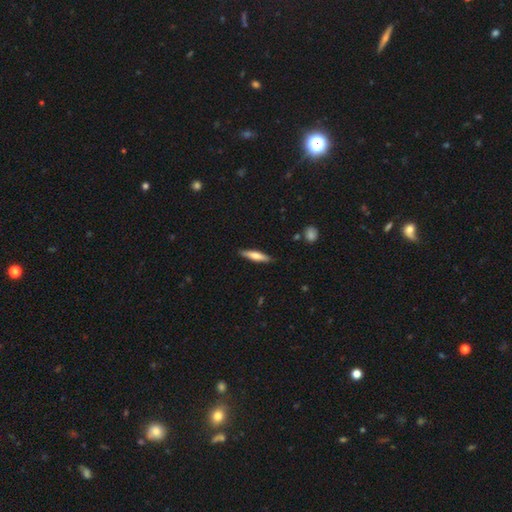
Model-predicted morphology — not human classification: A smooth galaxy with no disk features (62%) that is cigar-shaped (81%).

Vote fractions:
- Smooth or featured? smooth: 62% / featured or disk: 33% / star or artifact: 6%
- How rounded? cigar-shaped: 81% / in between: 17% / round: 2%
- Merging? none: 88% / minor disturbance: 9% / major disturbance: 2% / merger: 1%